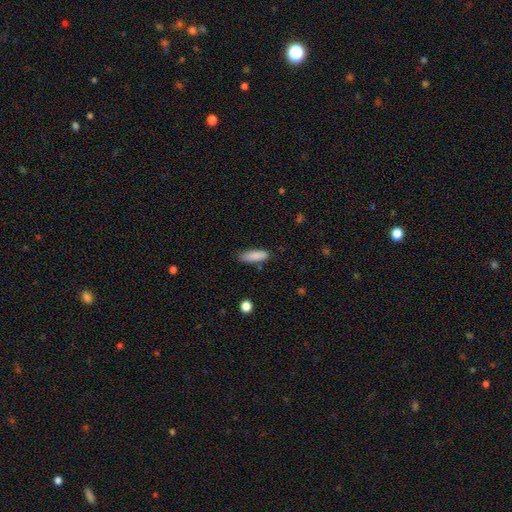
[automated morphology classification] A smooth galaxy with no disk features (86%) that is in between round and cigar-shaped (56%). Merging: none (77%).